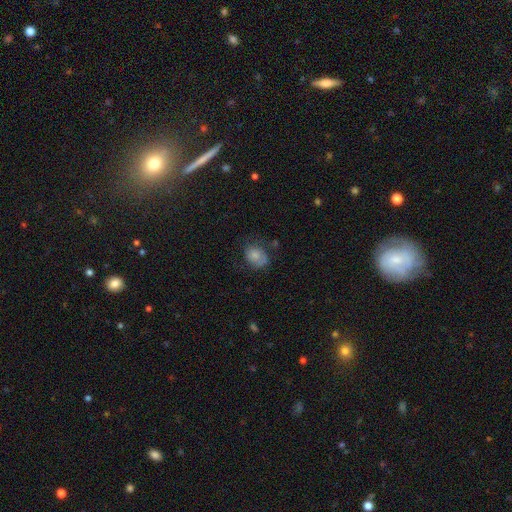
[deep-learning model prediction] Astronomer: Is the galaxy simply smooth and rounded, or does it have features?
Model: smooth — 75%.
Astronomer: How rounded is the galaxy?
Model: in between — 57% (runner-up: round, 42%).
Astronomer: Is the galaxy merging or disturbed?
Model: none — 55%.